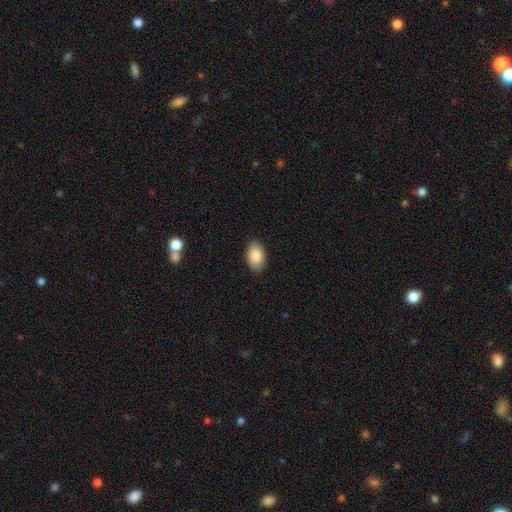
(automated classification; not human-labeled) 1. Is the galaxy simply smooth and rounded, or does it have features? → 88% smooth, 7% star or artifact, 6% featured or disk.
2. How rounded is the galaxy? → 92% in between, 6% round, 1% cigar-shaped.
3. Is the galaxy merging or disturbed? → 88% none, 9% minor disturbance, 2% major disturbance, 1% merger.